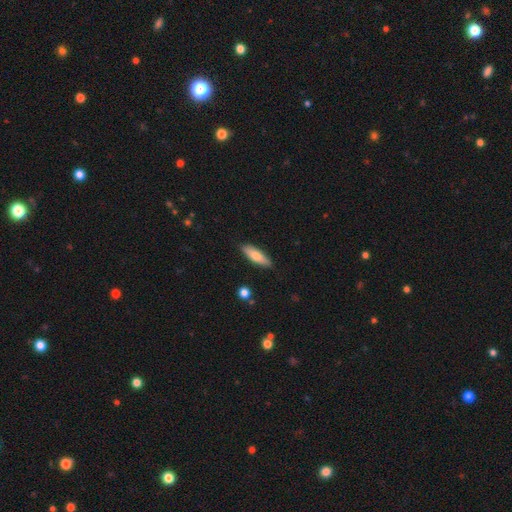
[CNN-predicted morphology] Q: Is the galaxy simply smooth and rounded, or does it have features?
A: smooth — 71%.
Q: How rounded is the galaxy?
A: in between — 49%, tied with cigar-shaped.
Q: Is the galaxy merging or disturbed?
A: none — 87%.